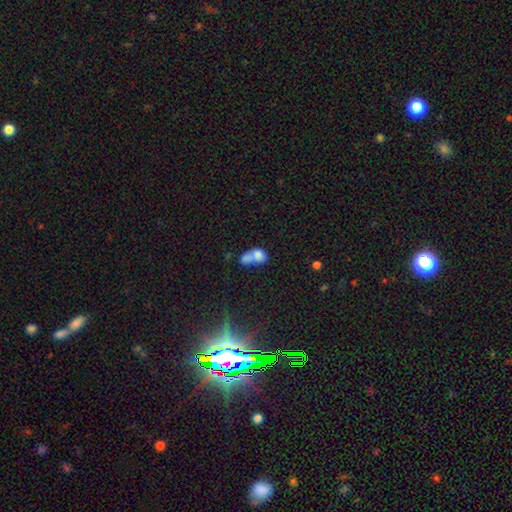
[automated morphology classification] Smooth or featured?
  - smooth: 70% *
  - featured or disk: 19%
  - star or artifact: 11%
How rounded?
  - in between: 71% *
  - round: 26%
  - cigar-shaped: 3%
Merging?
  - merger: 68% *
  - none: 16%
  - minor disturbance: 8%
  - major disturbance: 8%